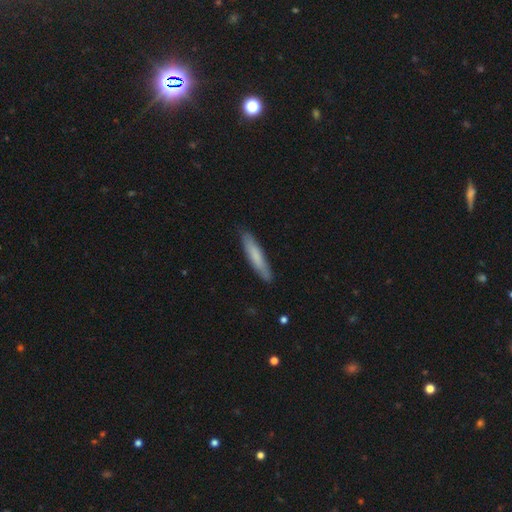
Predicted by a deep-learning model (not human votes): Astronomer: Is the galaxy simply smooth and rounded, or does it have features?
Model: smooth — 72%.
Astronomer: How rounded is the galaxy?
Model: cigar-shaped — 89%.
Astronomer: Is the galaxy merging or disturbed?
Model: none — 88%.